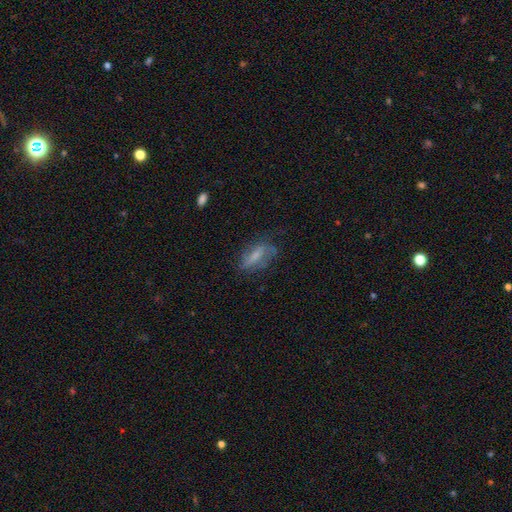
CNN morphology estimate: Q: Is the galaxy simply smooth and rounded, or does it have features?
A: smooth — 49%.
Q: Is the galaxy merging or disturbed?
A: none — 58%.